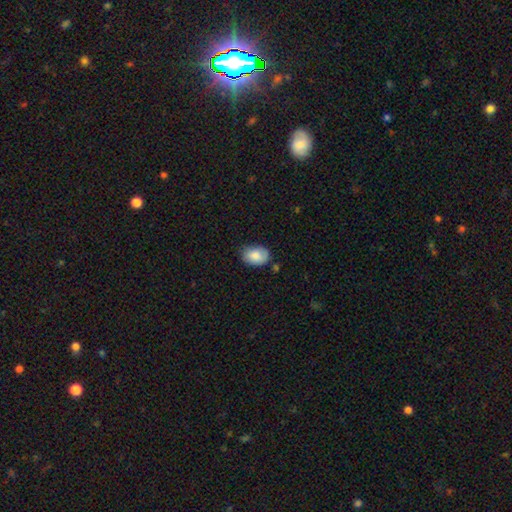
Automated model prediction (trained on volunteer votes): A smooth galaxy with no disk features (83%) that is in between round and cigar-shaped (81%). Merging: none (72%).